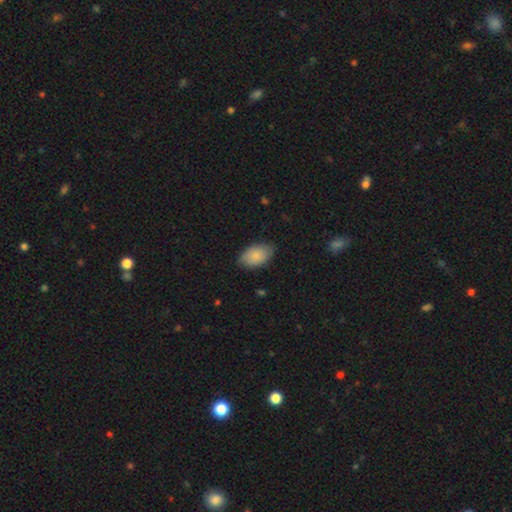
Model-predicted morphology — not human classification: Smooth or featured? Predicted: smooth (p=0.86). How rounded? Predicted: in between (p=0.93). Merging? Predicted: none (p=0.79).